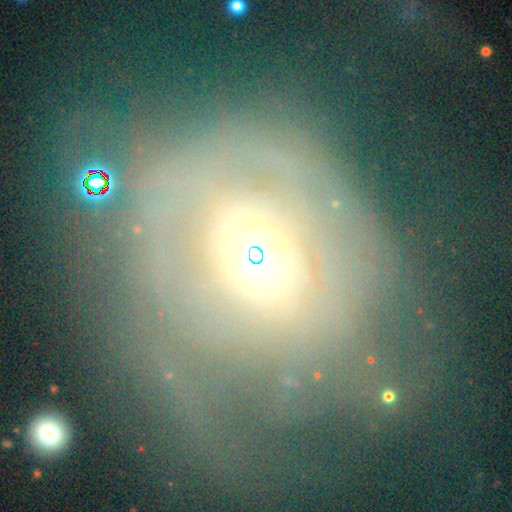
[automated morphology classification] This is likely a featured or disk galaxy (63%). It is clearly not viewed edge-on (93%). Bar: likely no (61%). Spiral arm pattern: possibly yes (59%). Central bulge: marginally moderate (44%). Merging: possibly none (59%).